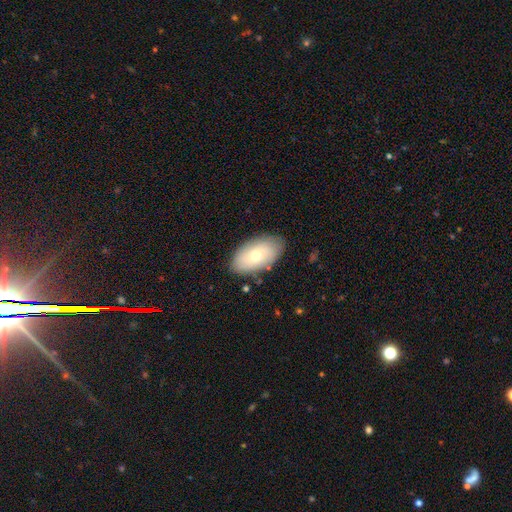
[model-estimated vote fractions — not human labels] Overall: smooth (66%; featured or disk 27%). How rounded: in between (94%). Merging: none (85%).